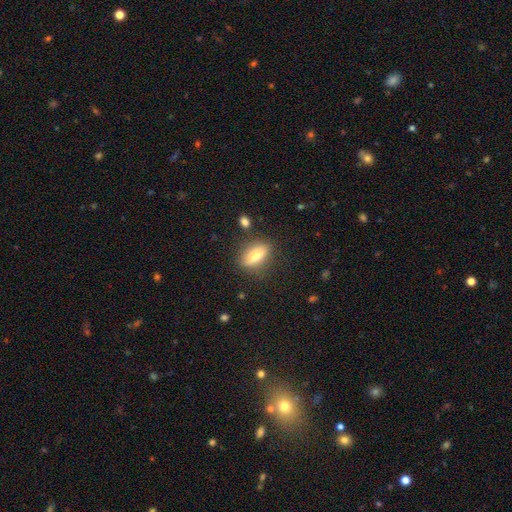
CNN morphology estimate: A smooth galaxy with no disk features (65%) that is in between round and cigar-shaped (70%). Merging: none (80%).